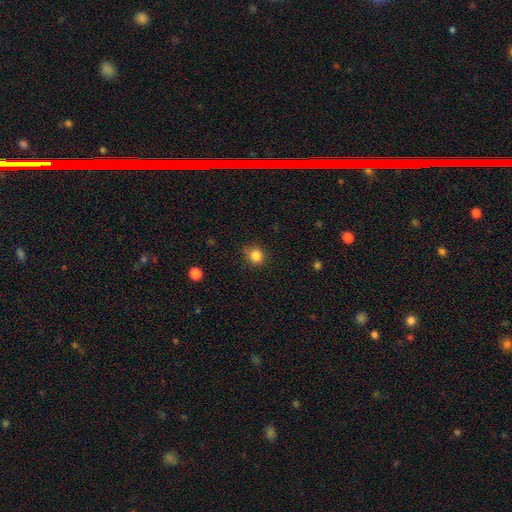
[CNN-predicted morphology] Smooth or featured? Predicted: smooth (p=0.84). How rounded? Predicted: round (p=0.80). Merging? Predicted: none (p=0.78).